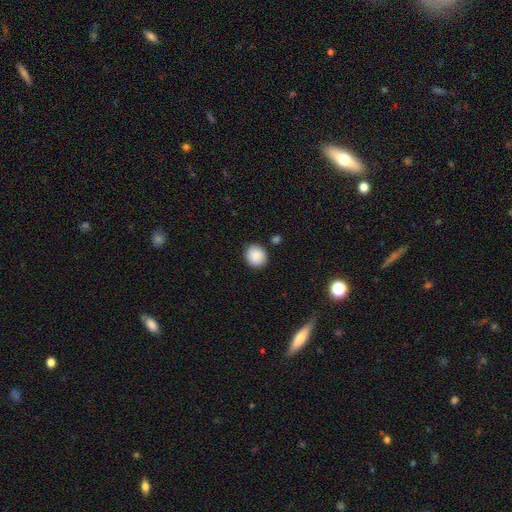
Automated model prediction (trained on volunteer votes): Smooth or featured? smooth (89%)
How rounded? round (86%)
Merging? none (87%)